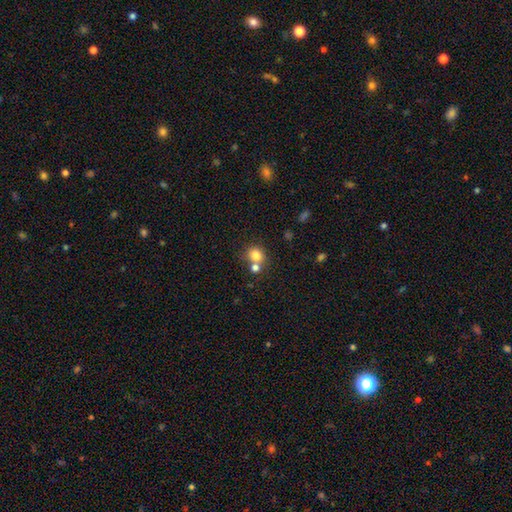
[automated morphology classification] A smooth galaxy with no disk features (80%) that is round (77%).

Vote fractions:
- Smooth or featured? smooth: 80% / star or artifact: 12% / featured or disk: 8%
- How rounded? round: 77% / in between: 22% / cigar-shaped: 1%
- Merging? none: 53% / merger: 34% / minor disturbance: 9% / major disturbance: 4%